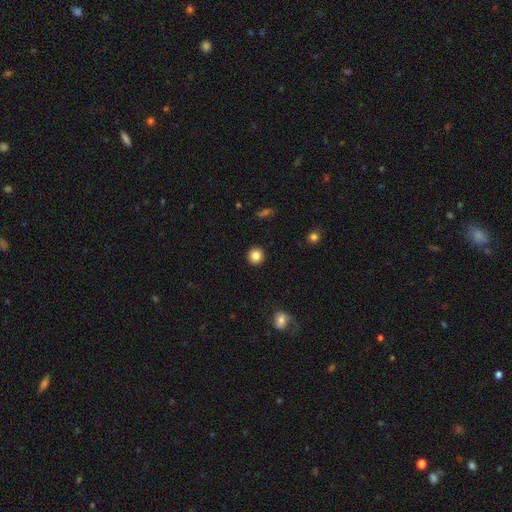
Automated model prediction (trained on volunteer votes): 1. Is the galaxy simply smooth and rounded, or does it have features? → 85% smooth, 10% star or artifact, 5% featured or disk.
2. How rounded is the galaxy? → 93% round, 6% in between, 1% cigar-shaped.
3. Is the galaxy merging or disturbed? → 93% none, 4% minor disturbance, 2% major disturbance, 1% merger.